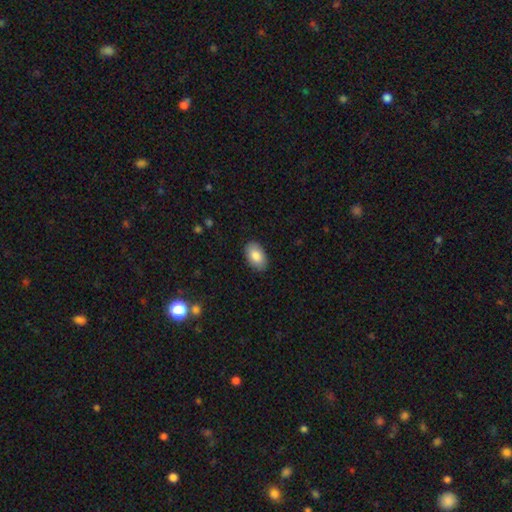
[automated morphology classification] type=smooth (84%); roundness=in between (93%); merging=none (88%).